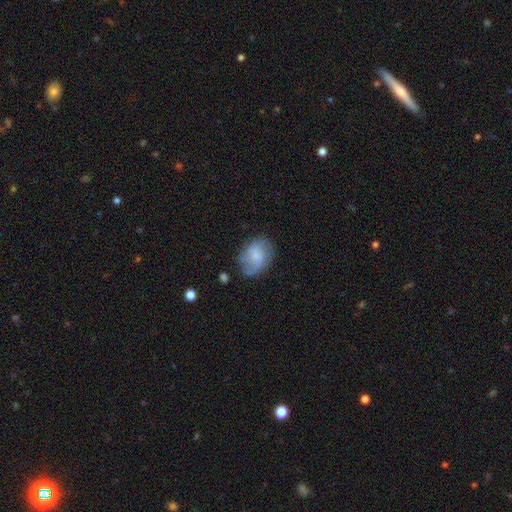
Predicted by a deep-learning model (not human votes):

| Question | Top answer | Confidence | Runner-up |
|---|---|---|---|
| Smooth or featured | smooth | 52% | featured or disk (40%) |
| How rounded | in between | 63% | round (36%) |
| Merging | none | 64% | minor disturbance (24%) |